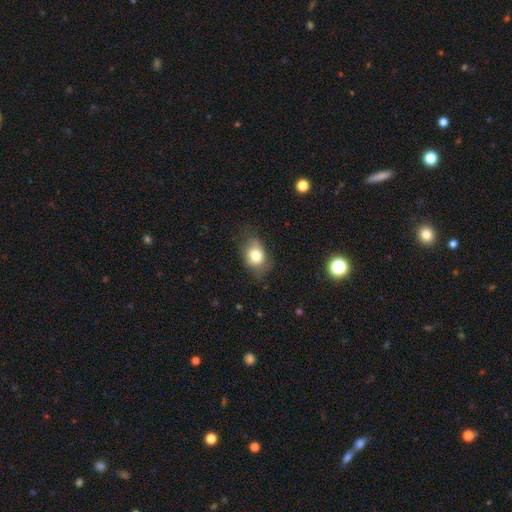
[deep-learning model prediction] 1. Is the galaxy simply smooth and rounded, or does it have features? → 76% smooth, 15% featured or disk, 10% star or artifact.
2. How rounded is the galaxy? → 68% in between, 31% round, 1% cigar-shaped.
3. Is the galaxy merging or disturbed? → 57% none, 29% minor disturbance, 12% major disturbance, 2% merger.